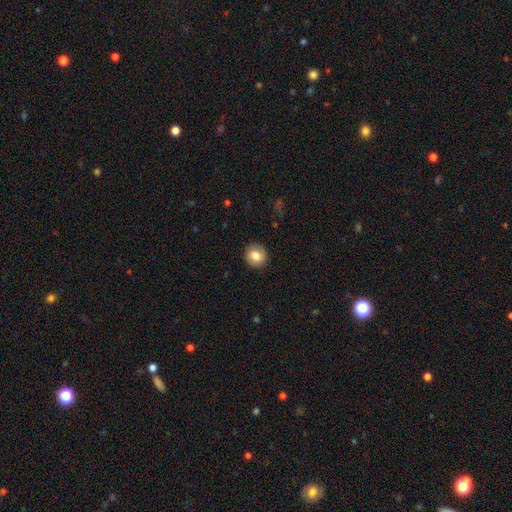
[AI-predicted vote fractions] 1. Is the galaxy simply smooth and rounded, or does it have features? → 82% smooth, 10% featured or disk, 8% star or artifact.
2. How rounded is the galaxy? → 92% round, 7% in between, 1% cigar-shaped.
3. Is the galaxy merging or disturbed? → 91% none, 6% minor disturbance, 2% major disturbance, 1% merger.